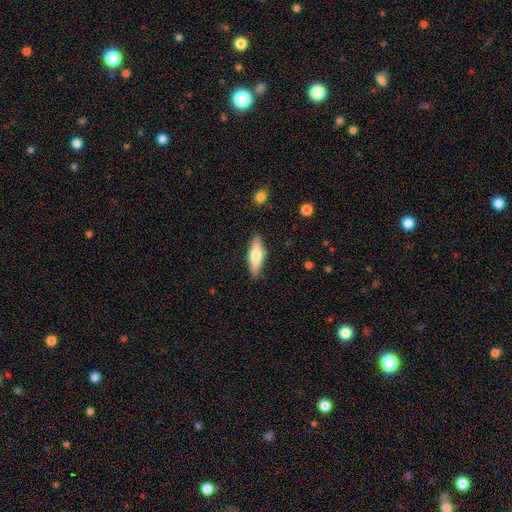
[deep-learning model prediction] This appears to be a smooth galaxy with no disk features (64%) that is in between round and cigar-shaped (50%). Merging: none (88%).